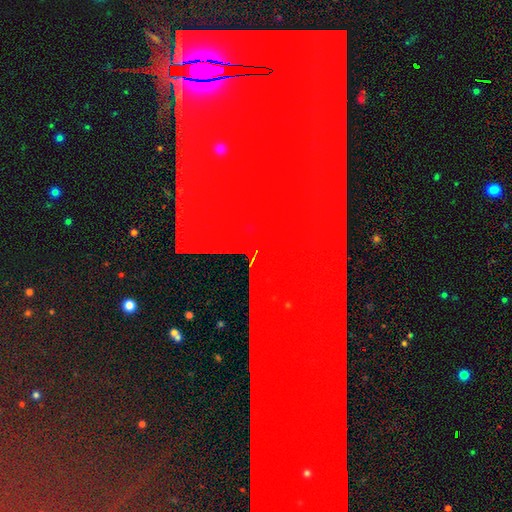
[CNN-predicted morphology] This appears to be a star or artifact, not a galaxy (86%).